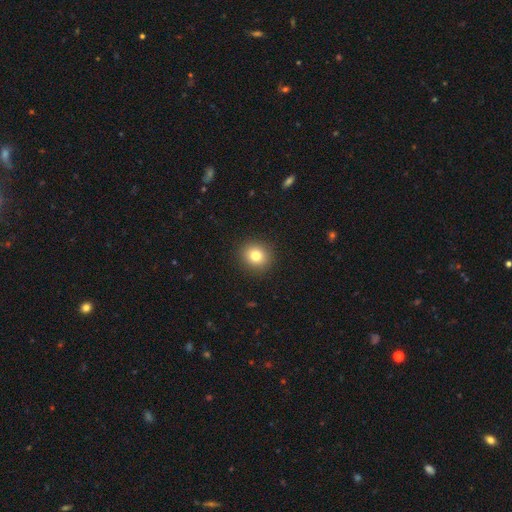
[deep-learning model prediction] A smooth galaxy with no disk features (80%) that is round (88%). Merging: none (92%).